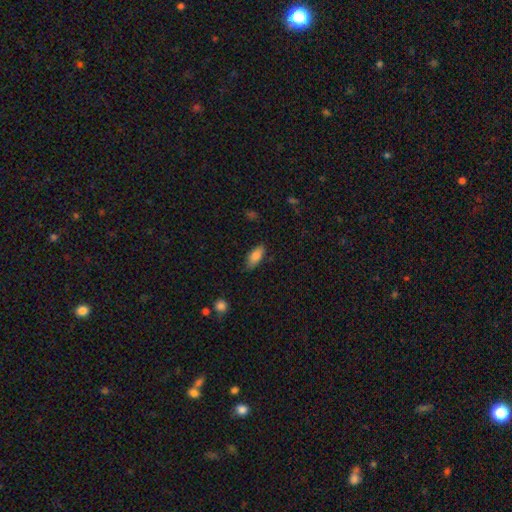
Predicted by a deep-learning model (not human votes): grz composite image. It shows a smooth galaxy with no disk features (84%) that is in between round and cigar-shaped (85%). Merging: none (78%).